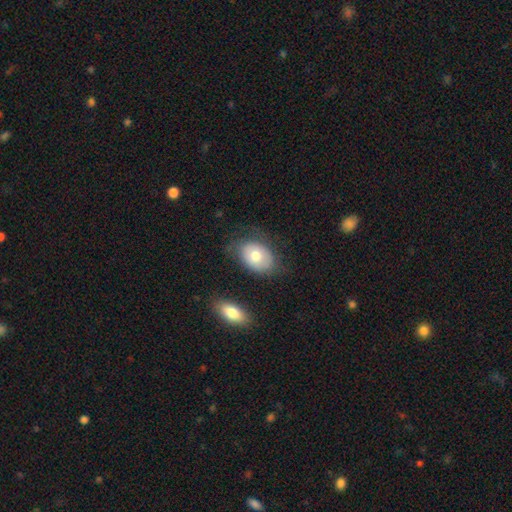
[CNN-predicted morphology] A smooth galaxy with no disk features (70%) that is in between round and cigar-shaped (76%).

Vote fractions:
- Smooth or featured? smooth: 70% / featured or disk: 23% / star or artifact: 7%
- How rounded? in between: 76% / round: 23% / cigar-shaped: 1%
- Merging? none: 67% / minor disturbance: 21% / major disturbance: 8% / merger: 5%